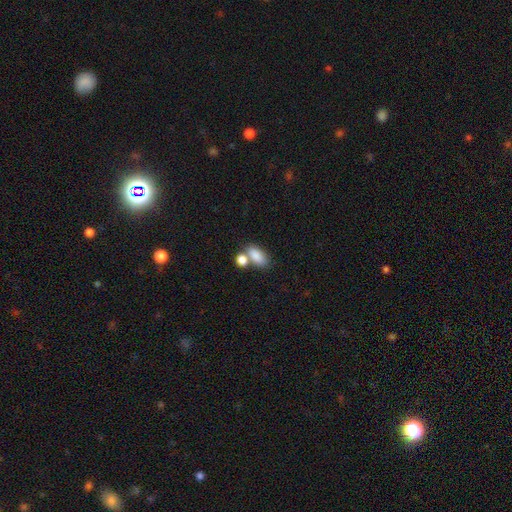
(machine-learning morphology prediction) This is clearly a smooth galaxy (84%). How rounded: clearly in between (88%). Merging: marginally none (45%).